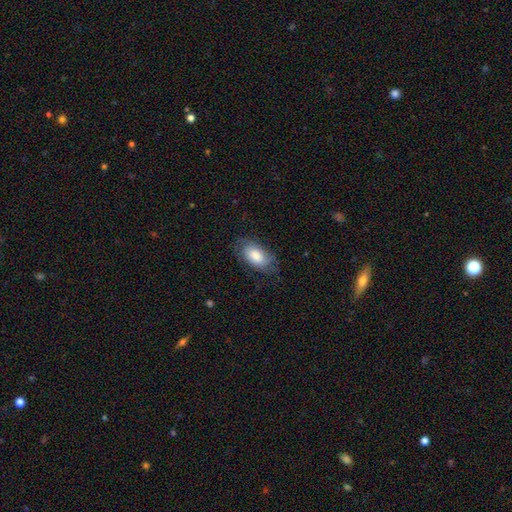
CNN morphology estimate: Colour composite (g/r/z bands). It shows a smooth galaxy with no disk features (74%) that is in between round and cigar-shaped (93%). Merging: none (70%).